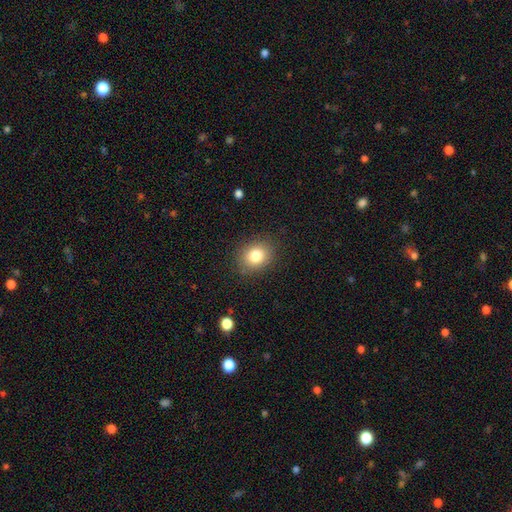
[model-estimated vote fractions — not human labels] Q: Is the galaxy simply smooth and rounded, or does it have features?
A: smooth — 81%.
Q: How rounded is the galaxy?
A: round — 58%.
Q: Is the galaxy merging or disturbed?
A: none — 87%.